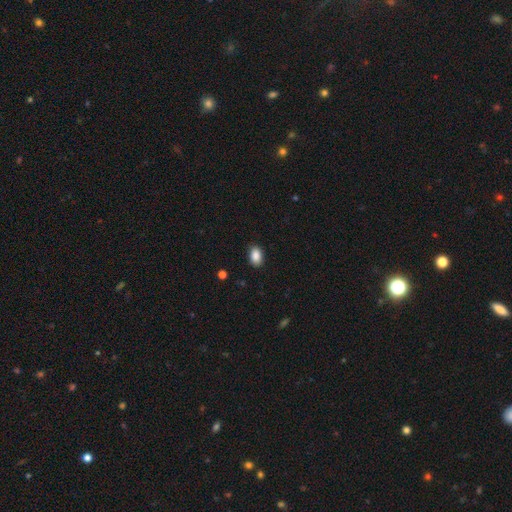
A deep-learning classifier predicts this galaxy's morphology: smooth 89%, star or artifact 8%, featured or disk 3%. Down the decision tree: how rounded — in between (88%); merging — none (87%).